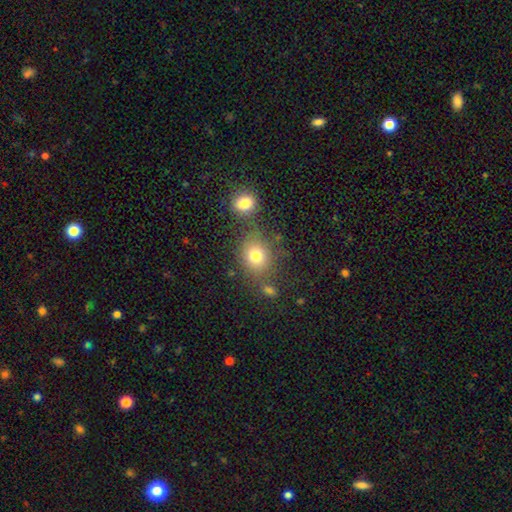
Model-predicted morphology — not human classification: This is likely a smooth galaxy (77%). How rounded: likely round (64%). Merging: likely none (62%).